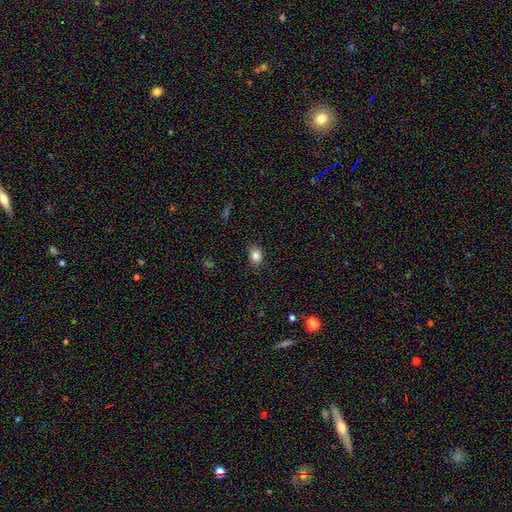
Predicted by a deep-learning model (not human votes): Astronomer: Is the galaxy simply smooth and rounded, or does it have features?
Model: smooth — 84%.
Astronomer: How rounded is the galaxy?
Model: round — 53% (runner-up: in between, 45%).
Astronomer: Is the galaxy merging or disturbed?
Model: none — 84%.